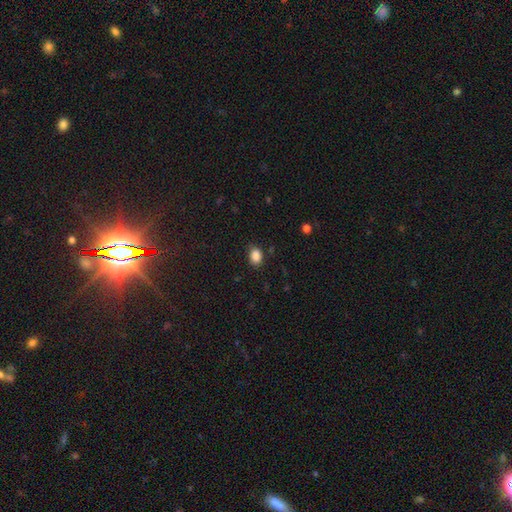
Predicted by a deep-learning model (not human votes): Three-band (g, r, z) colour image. It shows a smooth galaxy with no disk features (88%) that is in between round and cigar-shaped (72%). Merging: none (81%).